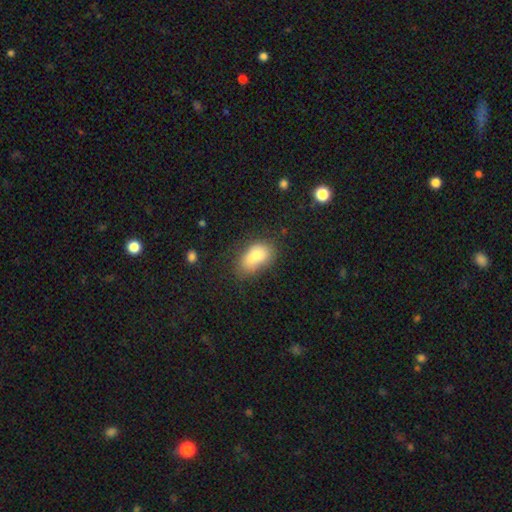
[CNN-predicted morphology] Smooth or featured? Predicted: smooth (p=0.72). How rounded? Predicted: in between (p=0.81). Merging? Predicted: merger (p=0.38).